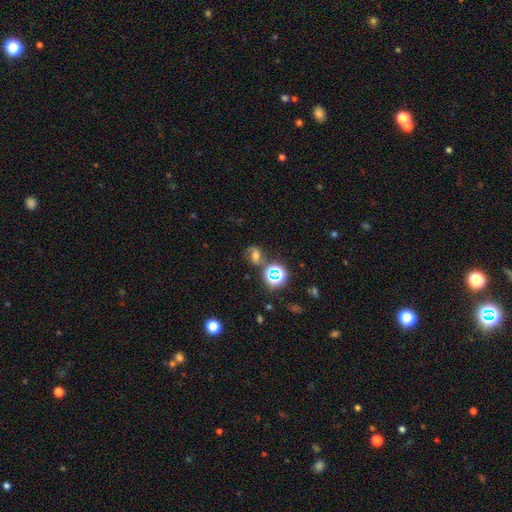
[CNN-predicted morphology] A featured or disk galaxy (46%). Merging: none (66%).